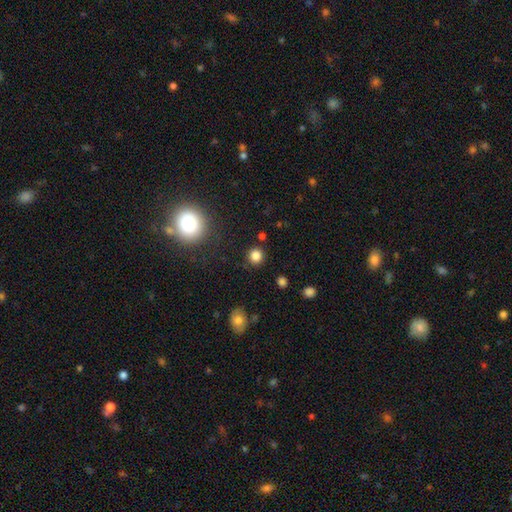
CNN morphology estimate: Smooth or featured? smooth (83%)
How rounded? round (89%)
Merging? none (89%)